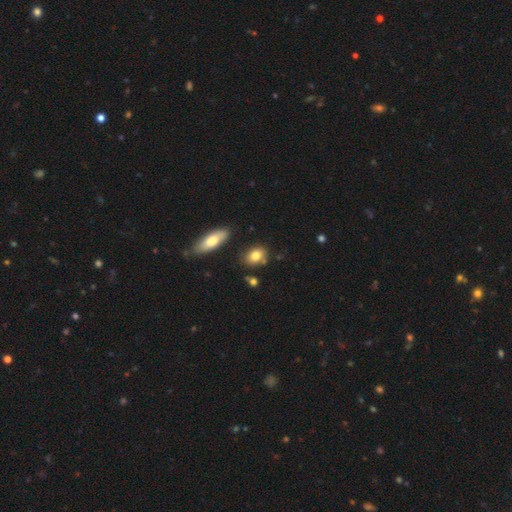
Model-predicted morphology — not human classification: Smooth or featured? Predicted: smooth (p=0.82). How rounded? Predicted: in between (p=0.69). Merging? Predicted: none (p=0.76).